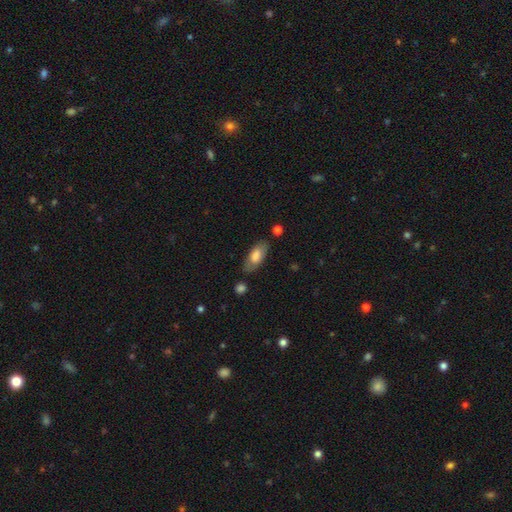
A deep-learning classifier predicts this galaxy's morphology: Q: Smooth or featured?
A: smooth (69%); runner-up: featured or disk (25%)
Q: How rounded?
A: in between (85%); runner-up: cigar-shaped (12%)
Q: Merging?
A: none (76%); runner-up: minor disturbance (16%)